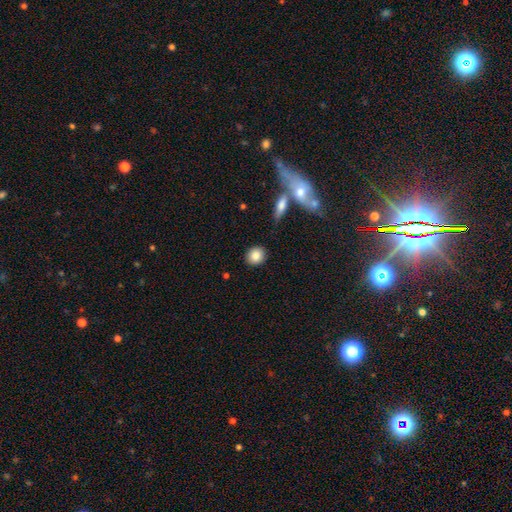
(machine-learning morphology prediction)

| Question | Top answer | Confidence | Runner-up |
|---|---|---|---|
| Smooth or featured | smooth | 85% | star or artifact (8%) |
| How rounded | round | 75% | in between (24%) |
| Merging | none | 87% | minor disturbance (7%) |